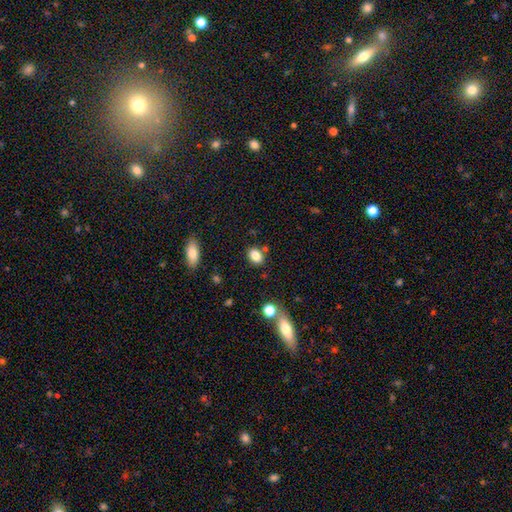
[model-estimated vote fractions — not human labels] This appears to be a smooth galaxy with no disk features (84%) that is in between round and cigar-shaped (70%). Merging: none (77%).